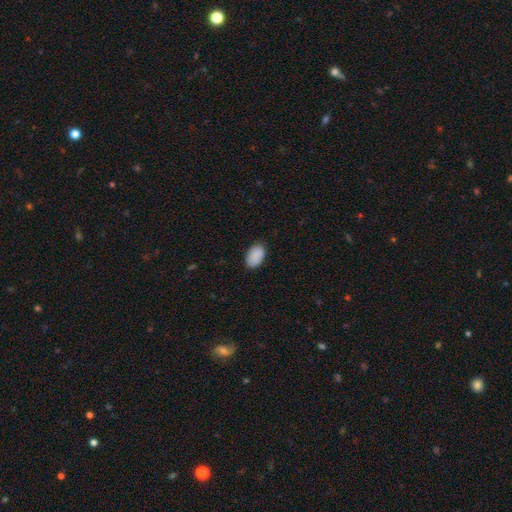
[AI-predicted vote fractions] smooth-or-featured: smooth: 89% | star or artifact: 7% | featured or disk: 4%
  how-rounded: in between: 92% | round: 7% | cigar-shaped: 1%
  merging: none: 84% | minor disturbance: 13% | major disturbance: 2% | merger: 1%